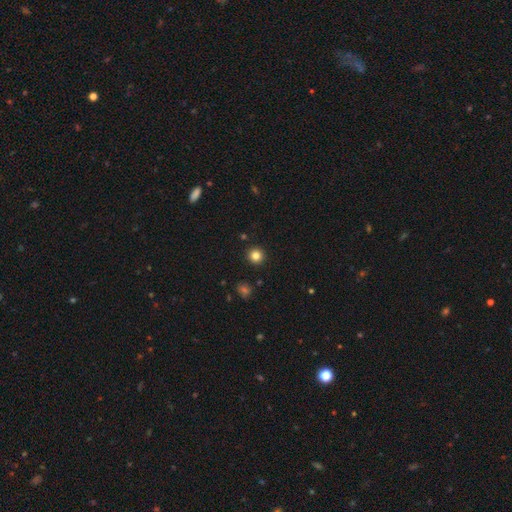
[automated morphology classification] Smooth or featured?
  - smooth: 82% *
  - star or artifact: 13%
  - featured or disk: 5%
How rounded?
  - round: 95% *
  - in between: 4%
  - cigar-shaped: 1%
Merging?
  - none: 92% *
  - minor disturbance: 5%
  - major disturbance: 2%
  - merger: 1%